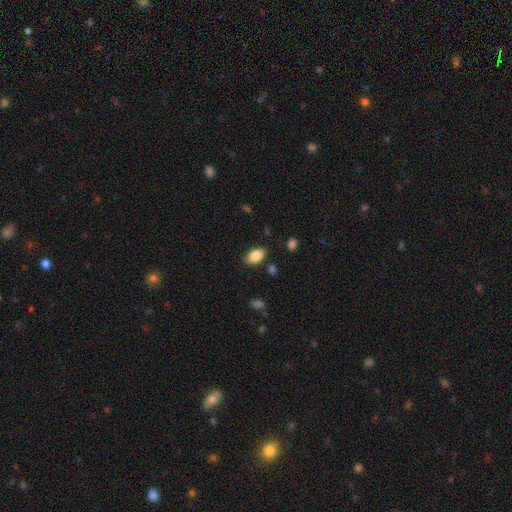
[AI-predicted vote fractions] Smooth or featured? smooth (84%)
How rounded? in between (90%)
Merging? none (80%)